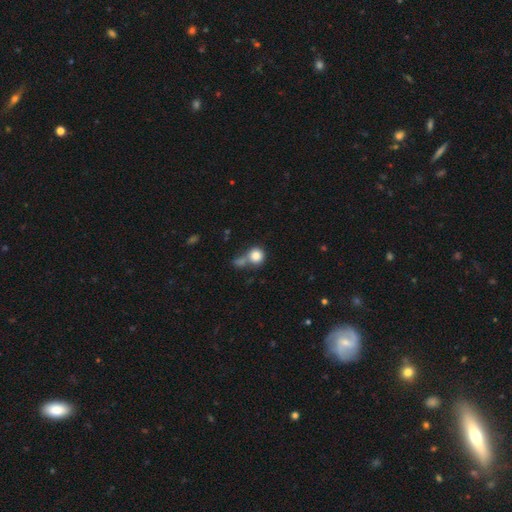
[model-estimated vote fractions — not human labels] A smooth galaxy with no disk features (84%) that is round (87%). Merging: none (49%).